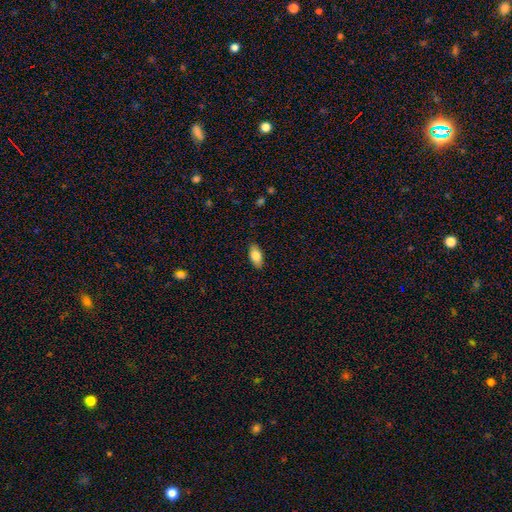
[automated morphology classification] This appears to be a smooth galaxy with no disk features (81%) that is in between round and cigar-shaped (89%). Merging: none (87%).